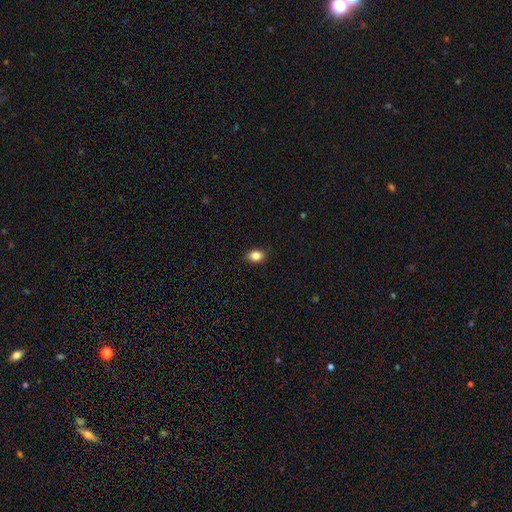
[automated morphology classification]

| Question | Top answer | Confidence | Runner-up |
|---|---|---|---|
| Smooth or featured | smooth | 86% | star or artifact (9%) |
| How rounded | in between | 75% | round (24%) |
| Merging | none | 89% | minor disturbance (8%) |